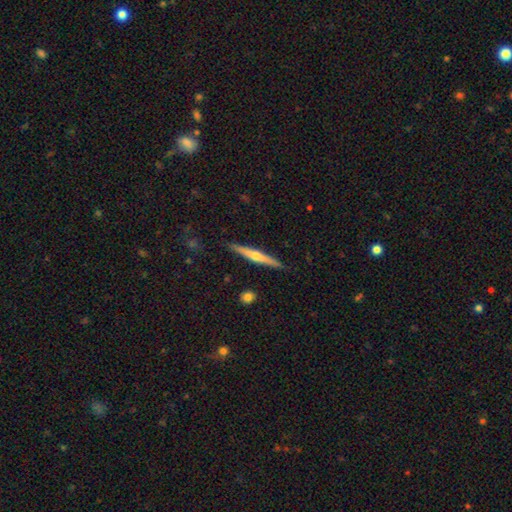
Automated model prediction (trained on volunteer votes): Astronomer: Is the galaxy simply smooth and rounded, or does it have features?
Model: featured or disk — 63%.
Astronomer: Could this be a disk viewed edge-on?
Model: yes — 97%.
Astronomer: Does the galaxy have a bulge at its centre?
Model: rounded — 81%.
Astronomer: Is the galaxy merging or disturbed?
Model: none — 89%.